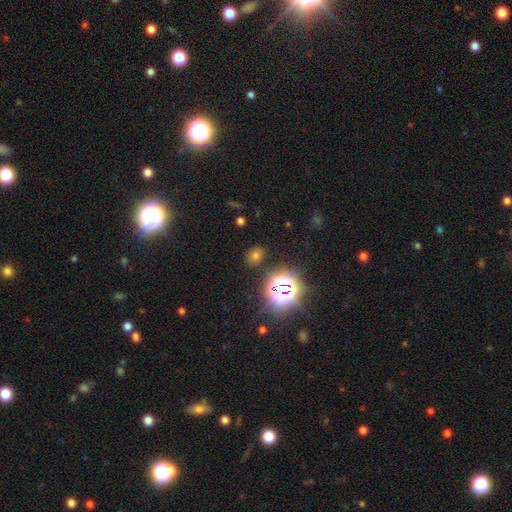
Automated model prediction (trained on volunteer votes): Smooth or featured? smooth (58%)
How rounded? in between (55%)
Merging? none (83%)